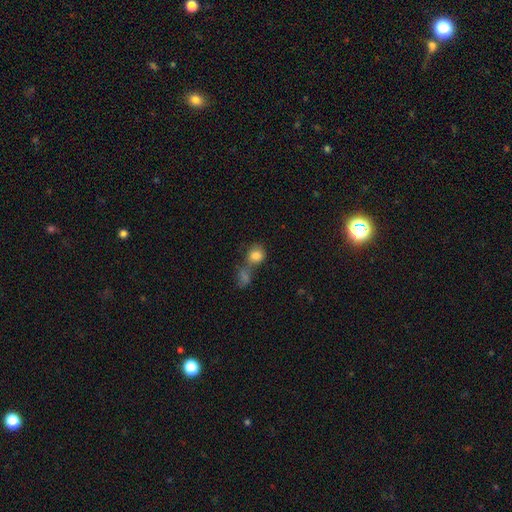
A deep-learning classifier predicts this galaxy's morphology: A smooth galaxy with no disk features (82%) that is round (75%).

Vote fractions:
- Smooth or featured? smooth: 82% / star or artifact: 10% / featured or disk: 9%
- How rounded? round: 75% / in between: 23% / cigar-shaped: 1%
- Merging? merger: 49% / none: 35% / minor disturbance: 10% / major disturbance: 7%